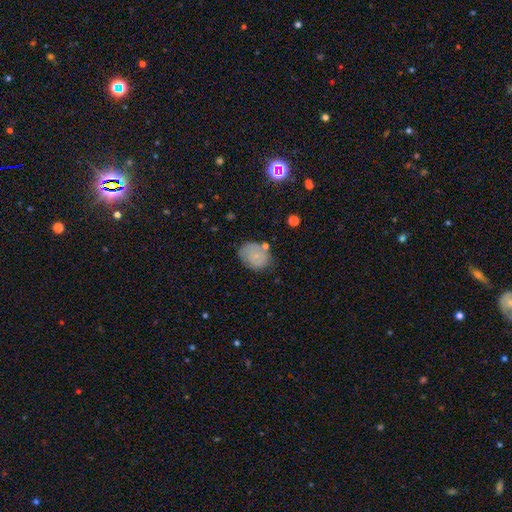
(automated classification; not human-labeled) smooth-or-featured: smooth: 66% | featured or disk: 24% | star or artifact: 10%
  how-rounded: in between: 53% | round: 46% | cigar-shaped: 1%
  merging: none: 67% | minor disturbance: 22% | major disturbance: 6% | merger: 5%